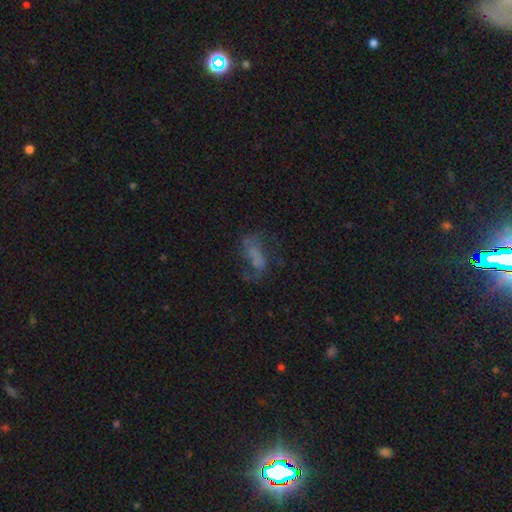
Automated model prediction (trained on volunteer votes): Smooth or featured? Predicted: featured or disk (p=0.50). Edge-on disk? Predicted: no (p=0.95). Merging? Predicted: none (p=0.43).